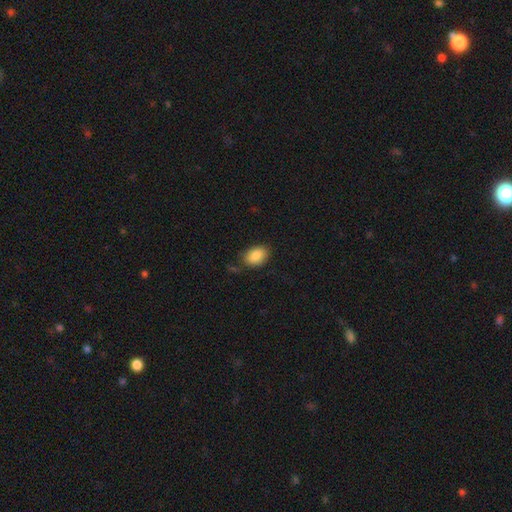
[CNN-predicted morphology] Smooth or featured? Predicted: smooth (p=0.88). How rounded? Predicted: in between (p=0.84). Merging? Predicted: none (p=0.75).